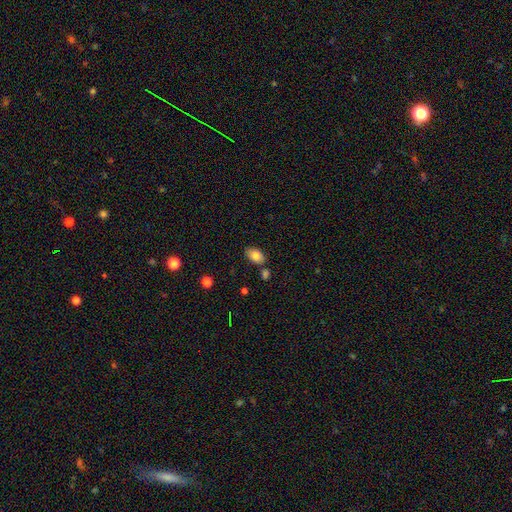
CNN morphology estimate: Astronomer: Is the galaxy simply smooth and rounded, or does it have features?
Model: smooth — 81%.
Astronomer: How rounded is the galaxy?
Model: in between — 91%.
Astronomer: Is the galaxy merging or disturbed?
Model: none — 73%.